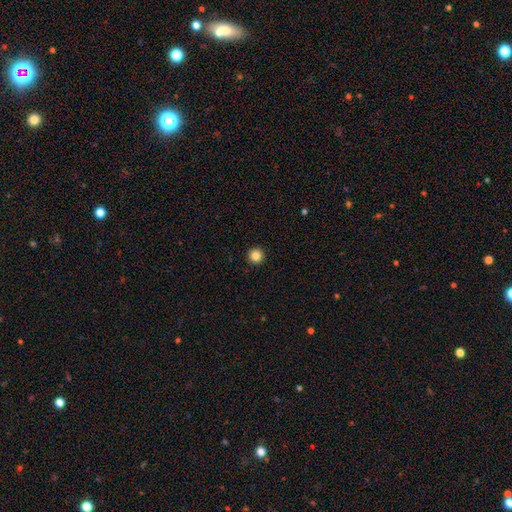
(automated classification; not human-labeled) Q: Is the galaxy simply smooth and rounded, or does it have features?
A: smooth — 85%.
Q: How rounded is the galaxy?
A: round — 97%.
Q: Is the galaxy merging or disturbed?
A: none — 94%.